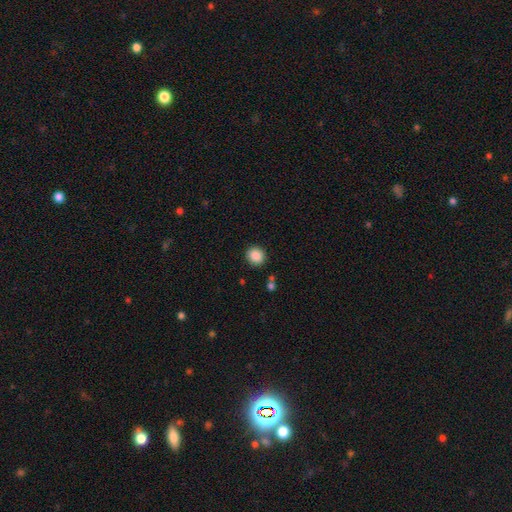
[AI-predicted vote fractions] A smooth galaxy with no disk features (88%) that is round (86%). Merging: none (89%).